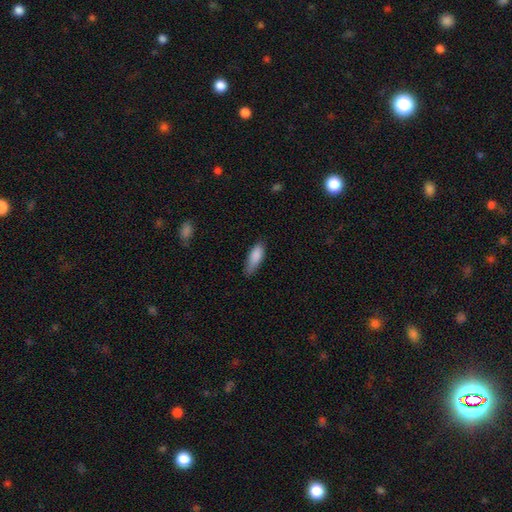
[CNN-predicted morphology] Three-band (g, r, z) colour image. It shows a smooth galaxy with no disk features (87%) that is in between round and cigar-shaped (68%). Merging: none (61%).